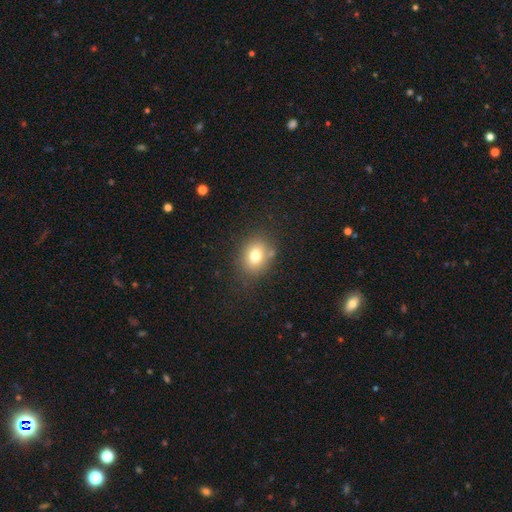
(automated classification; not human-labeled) smooth-or-featured: smooth: 76% | star or artifact: 12% | featured or disk: 12%
  how-rounded: round: 53% | in between: 46% | cigar-shaped: 1%
  merging: none: 78% | minor disturbance: 13% | merger: 5% | major disturbance: 4%